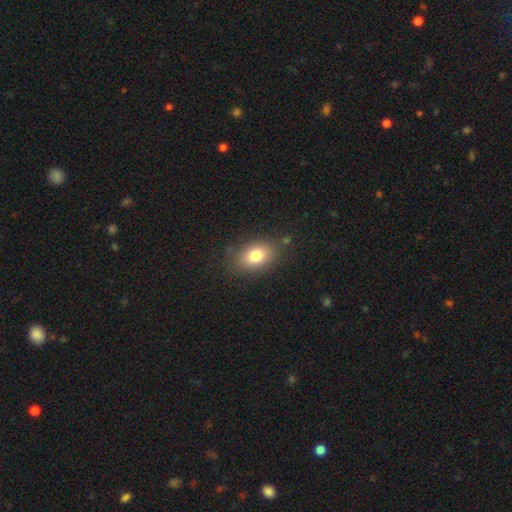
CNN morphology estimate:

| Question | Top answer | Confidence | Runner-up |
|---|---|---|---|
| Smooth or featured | smooth | 79% | featured or disk (11%) |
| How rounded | in between | 79% | round (20%) |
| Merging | none | 81% | minor disturbance (13%) |